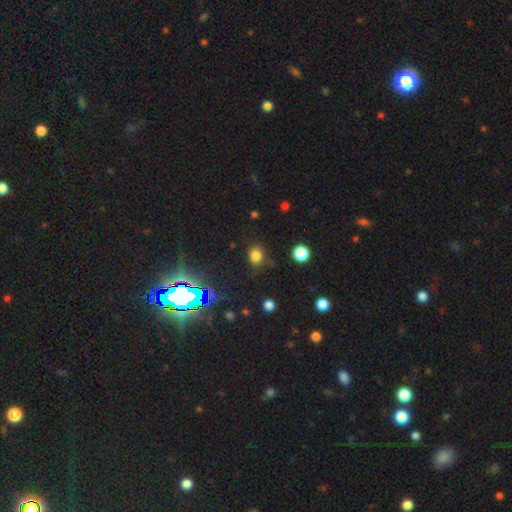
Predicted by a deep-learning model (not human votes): Smooth or featured? Predicted: smooth (p=0.73). How rounded? Predicted: round (p=0.68). Merging? Predicted: none (p=0.83).